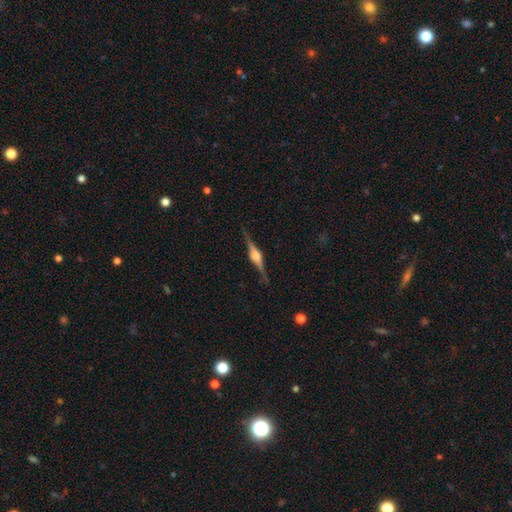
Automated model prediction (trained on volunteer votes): Morphology: type=featured or disk (85%); edge-on=yes (98%); edge-on bulge=rounded (88%); merging=none (89%).